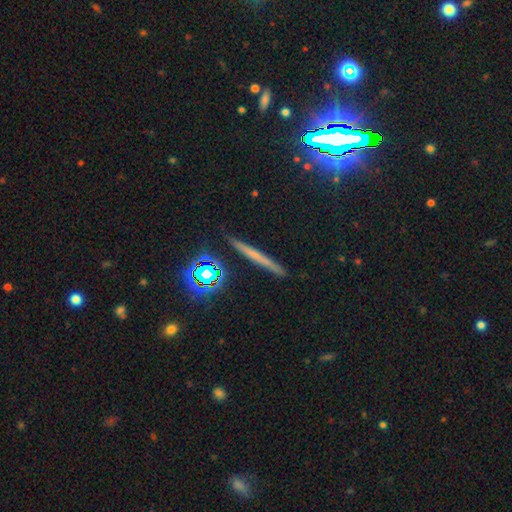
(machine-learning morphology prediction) A smooth galaxy with no disk features (43%).

Vote fractions:
- Smooth or featured? smooth: 43% / featured or disk: 36% / star or artifact: 21%
- Merging? none: 89% / minor disturbance: 7% / merger: 2% / major disturbance: 2%